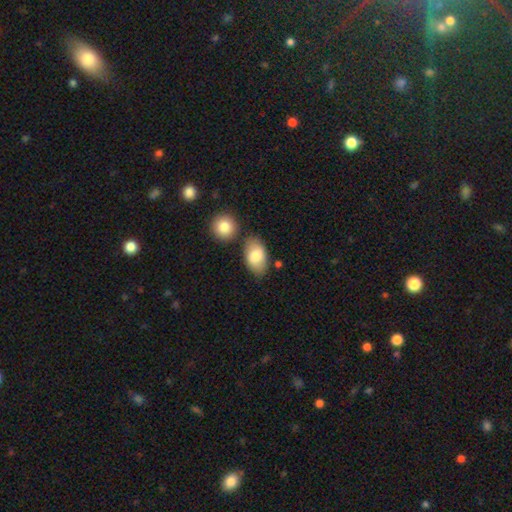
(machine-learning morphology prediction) smooth-or-featured: smooth: 78% | featured or disk: 16% | star or artifact: 6%
  how-rounded: in between: 92% | round: 7% | cigar-shaped: 2%
  merging: none: 72% | minor disturbance: 13% | merger: 11% | major disturbance: 3%